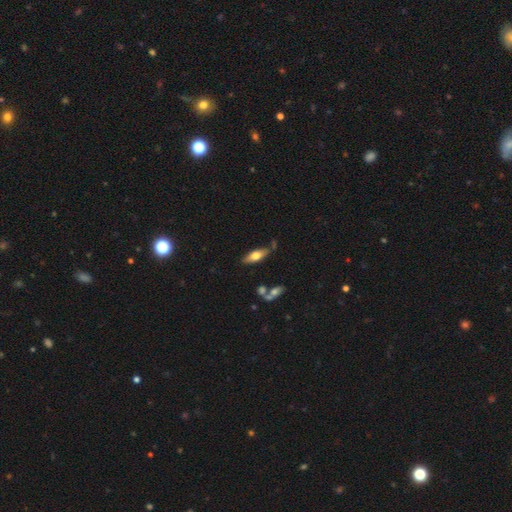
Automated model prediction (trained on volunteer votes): This is possibly a smooth galaxy (59%). How rounded: likely in between (62%). Merging: likely none (72%).